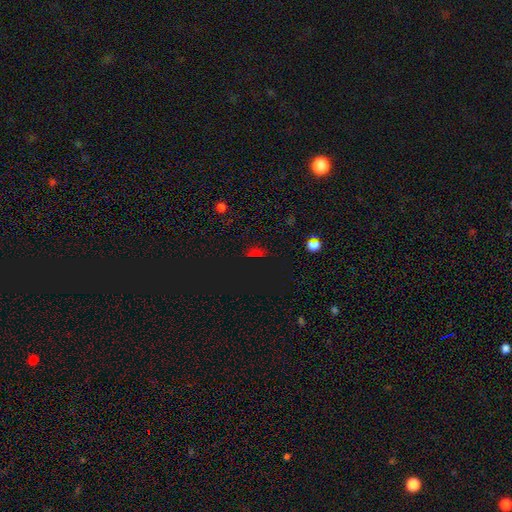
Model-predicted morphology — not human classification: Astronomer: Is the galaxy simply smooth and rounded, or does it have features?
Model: star or artifact — 53% (runner-up: smooth, 39%).